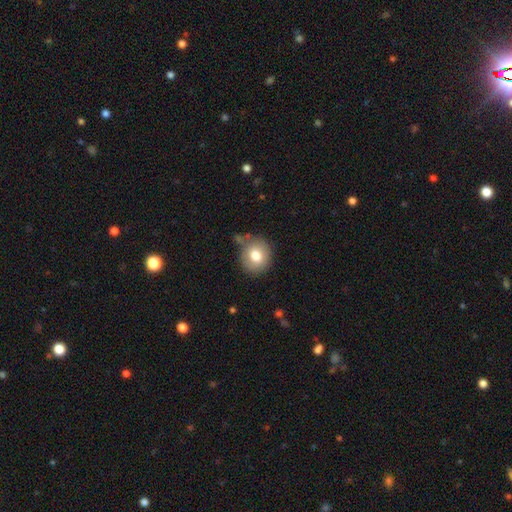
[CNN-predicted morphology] Smooth or featured: smooth — 77% (featured or disk — 14%)
How rounded: round — 80% (in between — 19%)
Merging: none — 74% (minor disturbance — 15%)